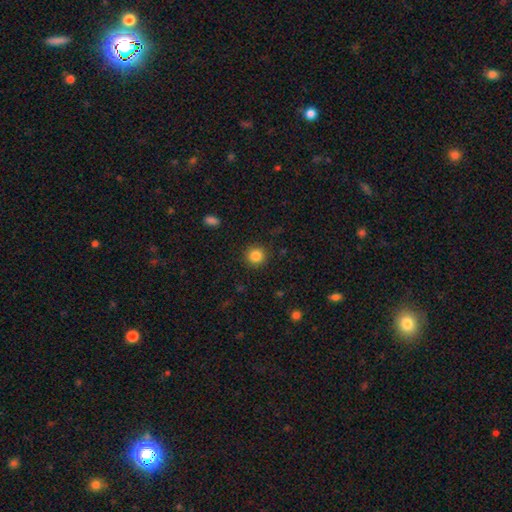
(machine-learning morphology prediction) A smooth galaxy with no disk features (85%) that is round (93%).

Vote fractions:
- Smooth or featured? smooth: 85% / star or artifact: 11% / featured or disk: 5%
- How rounded? round: 93% / in between: 6% / cigar-shaped: 1%
- Merging? none: 90% / minor disturbance: 6% / major disturbance: 2% / merger: 1%